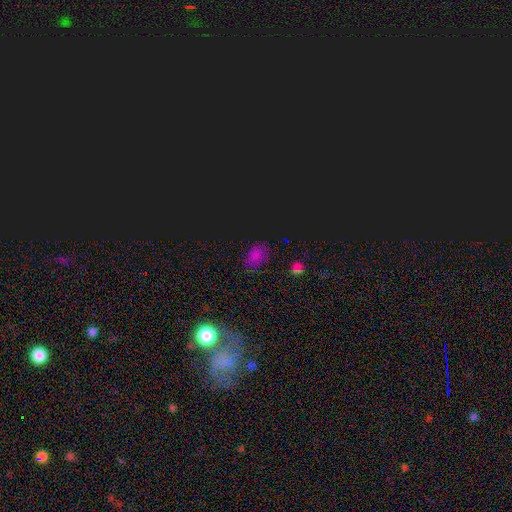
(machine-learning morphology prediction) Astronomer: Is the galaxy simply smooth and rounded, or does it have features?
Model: smooth — 59% (runner-up: star or artifact, 35%).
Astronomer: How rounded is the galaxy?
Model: in between — 76%.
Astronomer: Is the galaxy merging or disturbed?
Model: none — 79%.